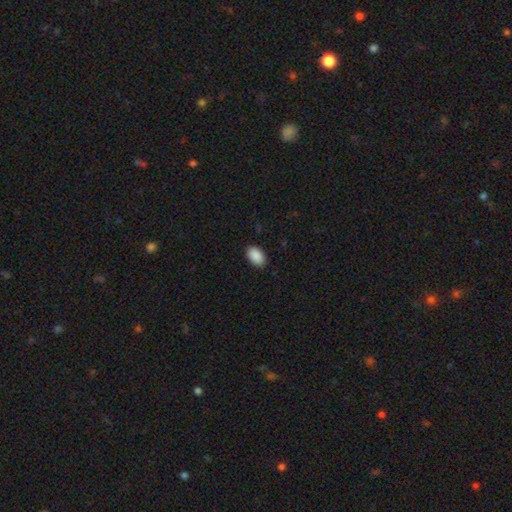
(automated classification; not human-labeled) smooth_or_featured: smooth (p=0.90) [alt: star or artifact p=0.07]
how_rounded: in between (p=0.92) [alt: round p=0.07]
merging: none (p=0.88) [alt: minor disturbance p=0.09]